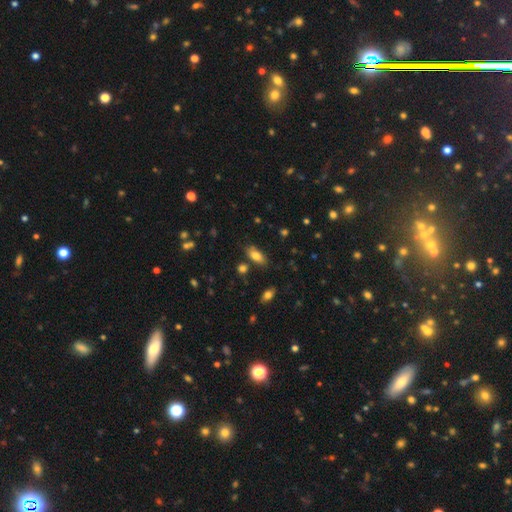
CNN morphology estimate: The model was most divided on "merging": none: 78%, minor disturbance: 14%, merger: 5%, major disturbance: 3%. More confident: how rounded — in between (86%); smooth or featured — smooth (81%).